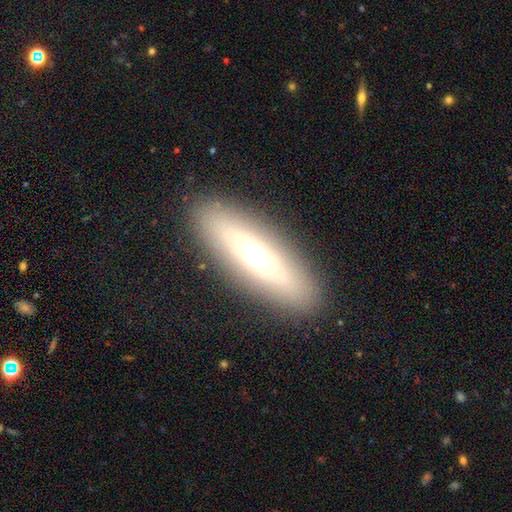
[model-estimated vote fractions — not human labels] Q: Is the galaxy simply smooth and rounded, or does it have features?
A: smooth — 46%.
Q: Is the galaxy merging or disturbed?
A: none — 88%.